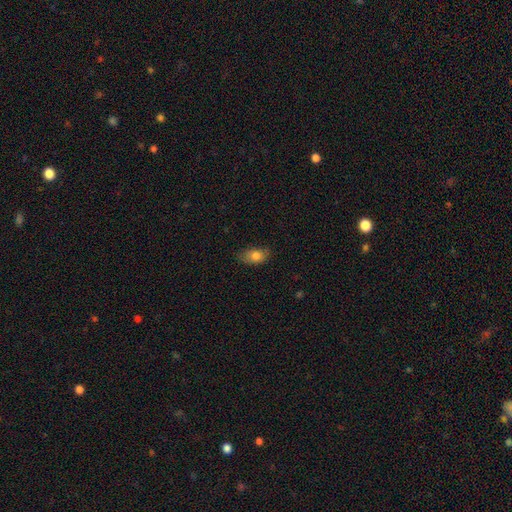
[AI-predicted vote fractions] Overall: smooth (81%). How rounded: in between (87%). Merging: none (74%).